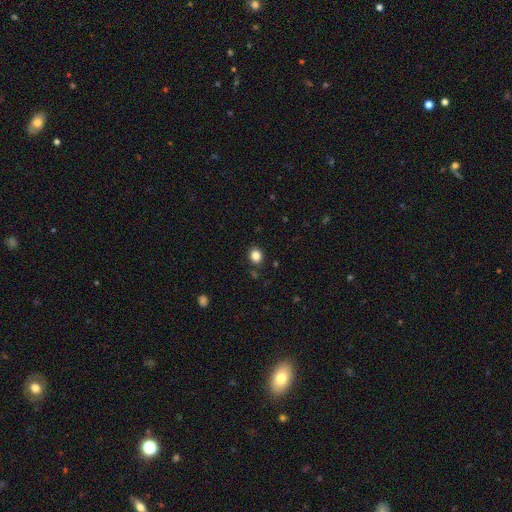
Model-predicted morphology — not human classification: smooth-or-featured: smooth: 84% | star or artifact: 11% | featured or disk: 5%
  how-rounded: round: 75% | in between: 24% | cigar-shaped: 1%
  merging: none: 88% | minor disturbance: 8% | merger: 2% | major disturbance: 2%